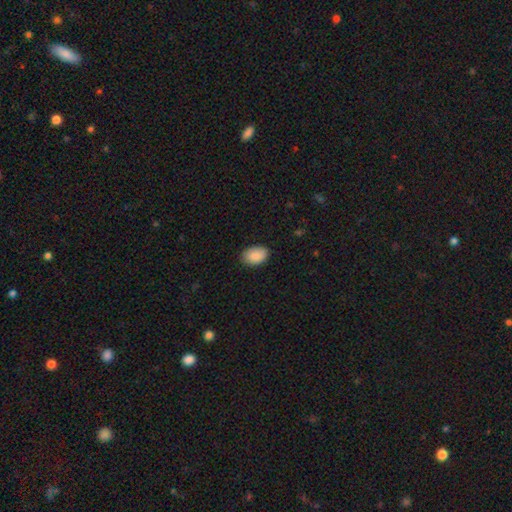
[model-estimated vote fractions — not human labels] A smooth galaxy with no disk features (88%) that is in between round and cigar-shaped (87%).

Vote fractions:
- Smooth or featured? smooth: 88% / star or artifact: 6% / featured or disk: 5%
- How rounded? in between: 87% / round: 12% / cigar-shaped: 1%
- Merging? none: 85% / minor disturbance: 12% / major disturbance: 2% / merger: 1%